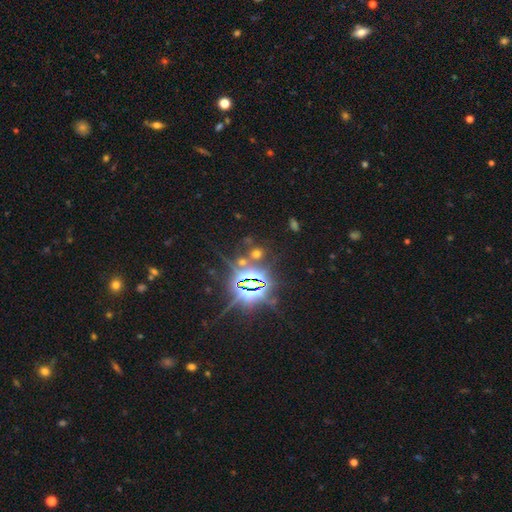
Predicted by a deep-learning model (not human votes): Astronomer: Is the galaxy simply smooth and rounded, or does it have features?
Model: star or artifact — 83%.